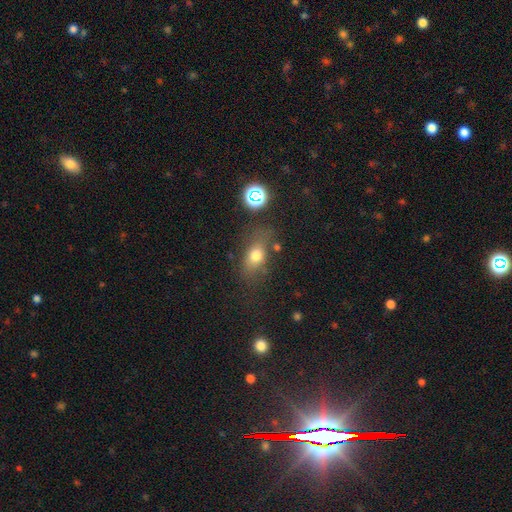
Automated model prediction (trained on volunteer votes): A smooth galaxy with no disk features (70%) that is in between round and cigar-shaped (69%). Merging: none (64%).